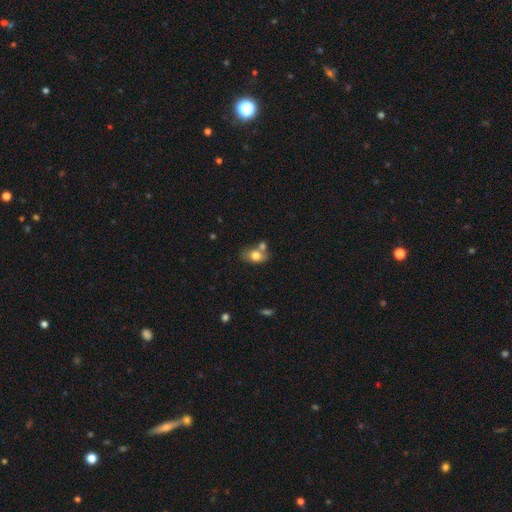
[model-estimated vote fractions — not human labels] A smooth galaxy with no disk features (75%) that is in between round and cigar-shaped (77%). Merging: none (51%).